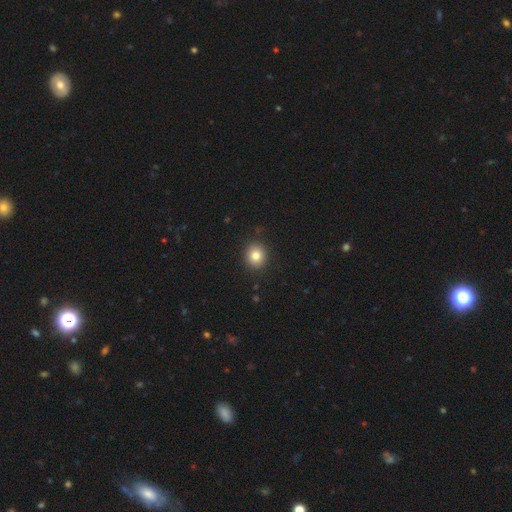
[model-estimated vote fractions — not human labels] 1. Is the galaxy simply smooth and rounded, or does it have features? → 82% smooth, 11% star or artifact, 7% featured or disk.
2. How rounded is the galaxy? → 84% round, 15% in between, 1% cigar-shaped.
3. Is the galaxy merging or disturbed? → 90% none, 7% minor disturbance, 2% major disturbance, 1% merger.